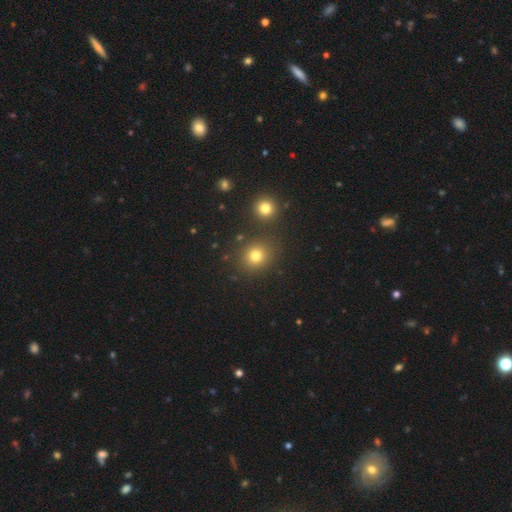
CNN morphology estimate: Smooth or featured? smooth (77%)
How rounded? round (83%)
Merging? none (82%)